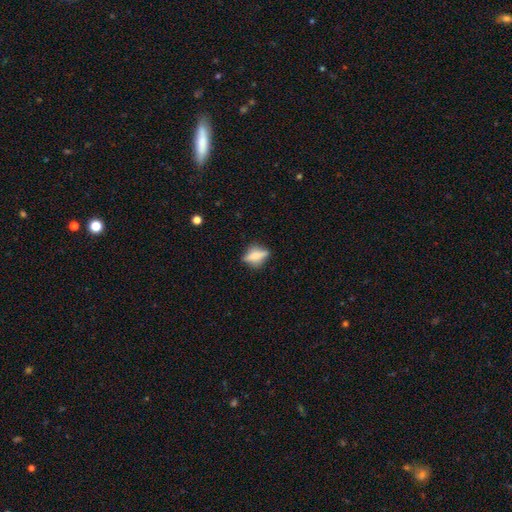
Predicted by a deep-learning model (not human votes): Morphology: type=smooth (51%); roundness=in between (62%); merging=none (72%).